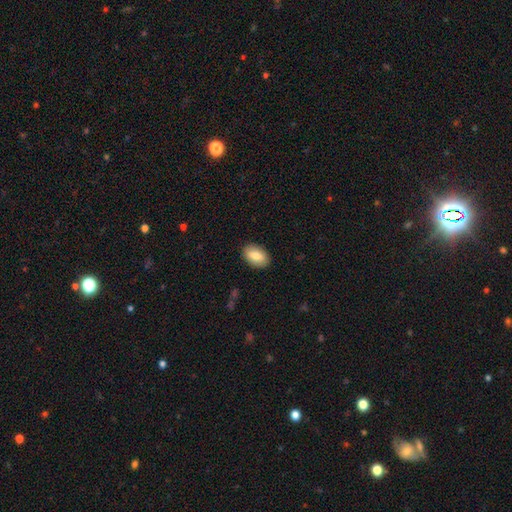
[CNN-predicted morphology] Smooth or featured? Predicted: smooth (p=0.82). How rounded? Predicted: in between (p=0.91). Merging? Predicted: none (p=0.89).